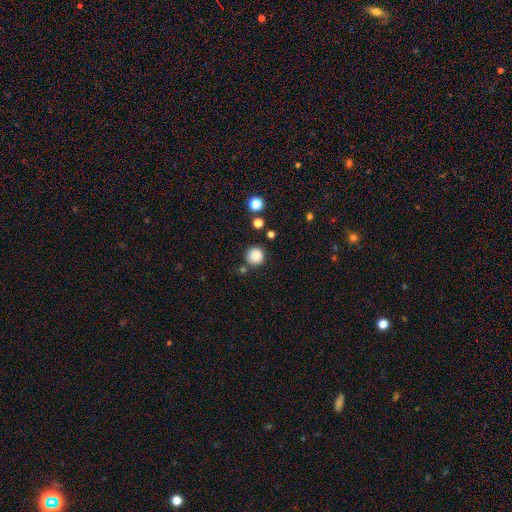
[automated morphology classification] Q: Smooth or featured?
A: smooth (86%); runner-up: star or artifact (10%)
Q: How rounded?
A: round (94%); runner-up: in between (5%)
Q: Merging?
A: none (81%); runner-up: minor disturbance (10%)